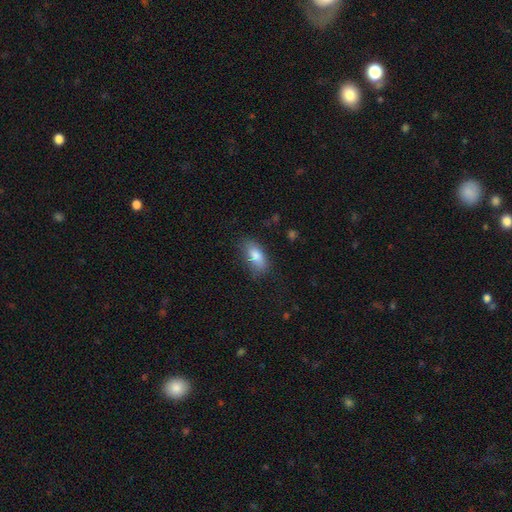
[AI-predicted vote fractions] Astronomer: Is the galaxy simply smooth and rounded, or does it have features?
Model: smooth — 82%.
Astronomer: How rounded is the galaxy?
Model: in between — 86%.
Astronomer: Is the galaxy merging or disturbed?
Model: none — 69%.